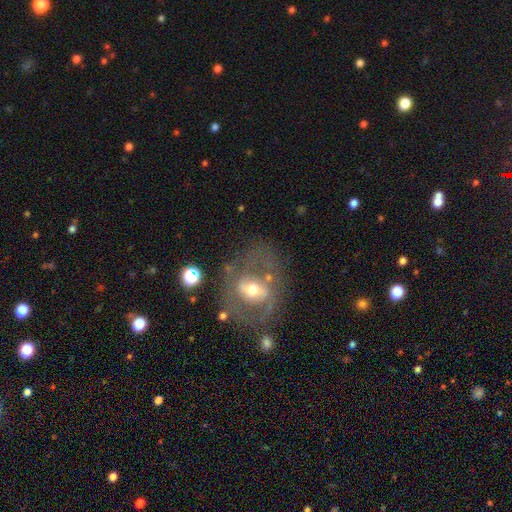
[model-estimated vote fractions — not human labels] Smooth or featured? Predicted: featured or disk (p=0.64). Edge-on disk? Predicted: no (p=0.93). Bar? Predicted: weak (p=0.39, tied with no). Spiral arms? Predicted: no (p=0.52). Bulge size? Predicted: moderate (p=0.59). Merging? Predicted: none (p=0.58).